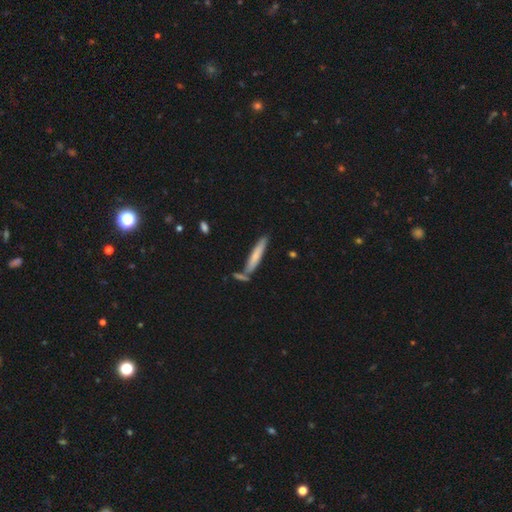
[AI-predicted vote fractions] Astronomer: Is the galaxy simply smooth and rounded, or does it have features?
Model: smooth — 67%.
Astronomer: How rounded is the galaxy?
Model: cigar-shaped — 91%.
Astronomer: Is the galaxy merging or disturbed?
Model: none — 72%.